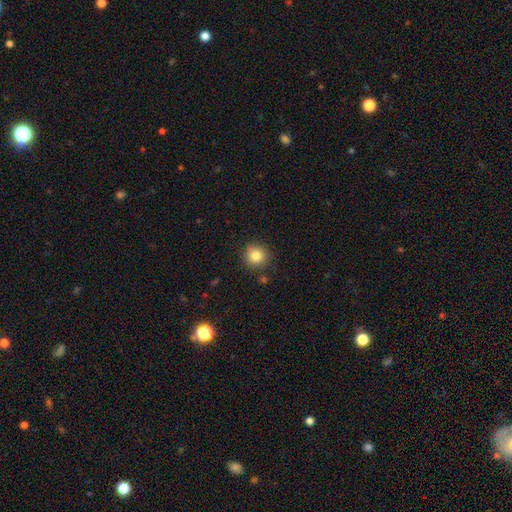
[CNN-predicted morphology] This appears to be a smooth galaxy with no disk features (83%) that is round (92%). Merging: none (88%).